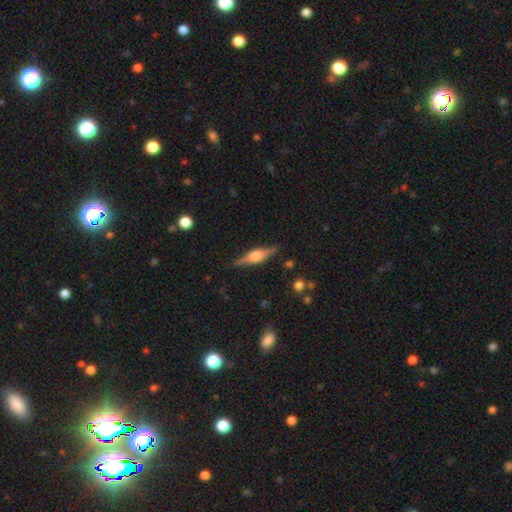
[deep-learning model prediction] A featured or disk galaxy (74%) viewed edge-on (97%) with a rounded central bulge (83%). Merging: none (87%).